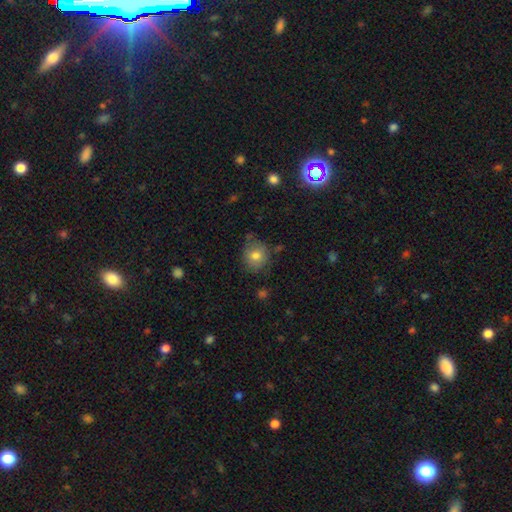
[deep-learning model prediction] Smooth or featured? smooth (77%)
How rounded? round (82%)
Merging? none (73%)